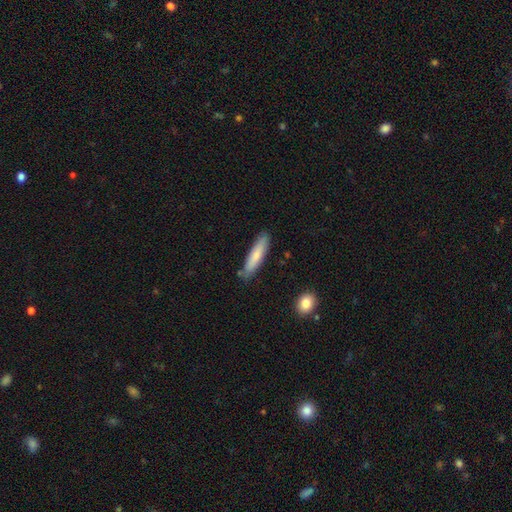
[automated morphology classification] This appears to be a smooth galaxy with no disk features (75%) that is cigar-shaped (81%). Merging: none (82%).